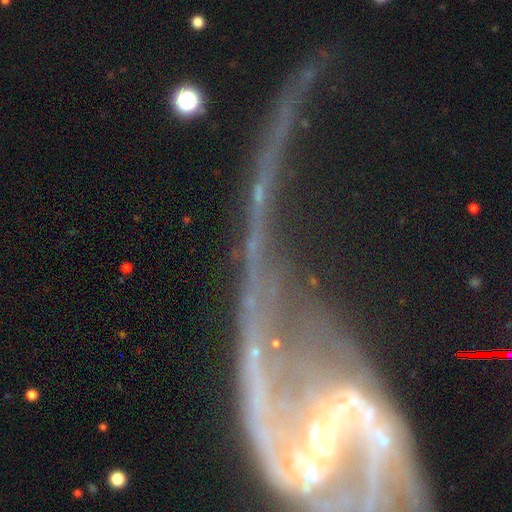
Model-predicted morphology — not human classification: Smooth or featured: star or artifact — 50% (featured or disk — 37%)